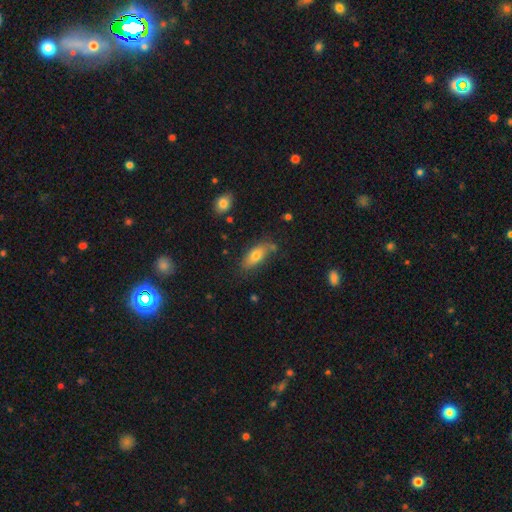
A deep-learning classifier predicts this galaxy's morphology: Overall: smooth (73%). How rounded: in between (80%). Merging: none (68%).